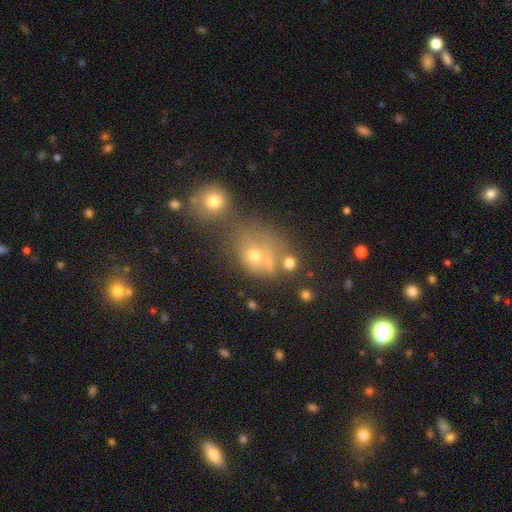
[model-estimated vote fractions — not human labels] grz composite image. It shows a smooth galaxy with no disk features (60%) that is round (66%). Merging: none (39%).